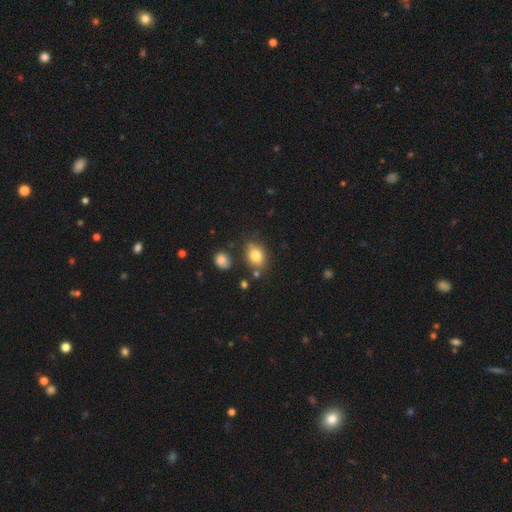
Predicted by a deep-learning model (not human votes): smooth 80%, featured or disk 10%, star or artifact 10%. Down the decision tree: how rounded — in between (61%); merging — none (72%).